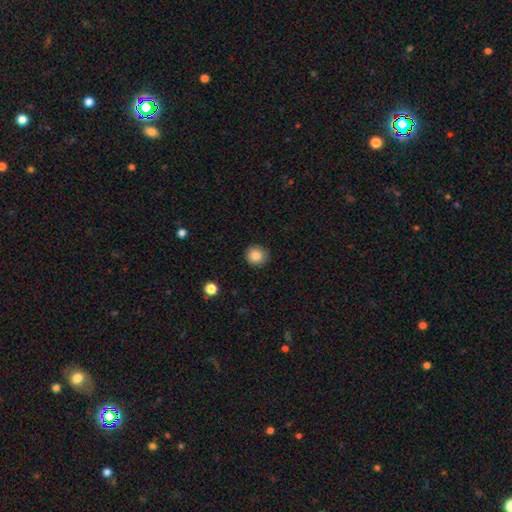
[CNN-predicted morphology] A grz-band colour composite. It shows a smooth galaxy with no disk features (86%) that is round (90%). Merging: none (89%).